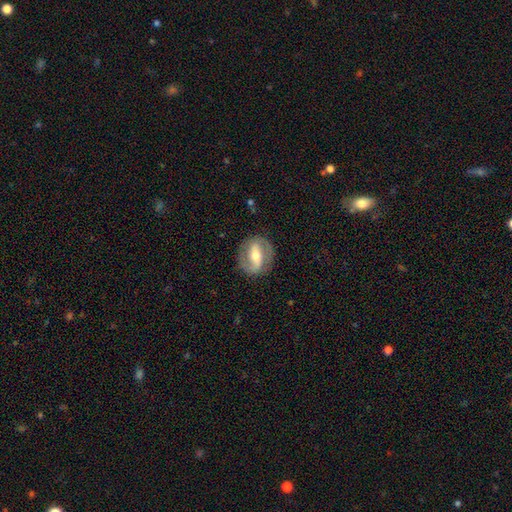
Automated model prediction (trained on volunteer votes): Q: Smooth or featured?
A: featured or disk (78%); runner-up: smooth (17%)
Q: Edge-on disk?
A: no (95%); runner-up: yes (5%)
Q: Bar?
A: strong (57%); runner-up: weak (29%)
Q: Spiral arms?
A: yes (80%); runner-up: no (20%)
Q: Spiral winding?
A: medium (45%); runner-up: tight (31%)
Q: Spiral arm count?
A: 2 (88%); runner-up: can't tell (6%)
Q: Bulge size?
A: moderate (65%); runner-up: small (26%)
Q: Merging?
A: none (84%); runner-up: minor disturbance (10%)